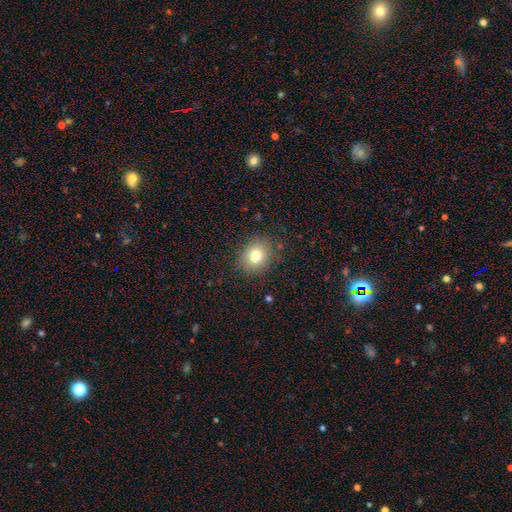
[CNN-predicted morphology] smooth-or-featured: smooth: 78% | star or artifact: 13% | featured or disk: 10%
  how-rounded: round: 73% | in between: 26% | cigar-shaped: 1%
  merging: none: 85% | minor disturbance: 10% | major disturbance: 3% | merger: 1%